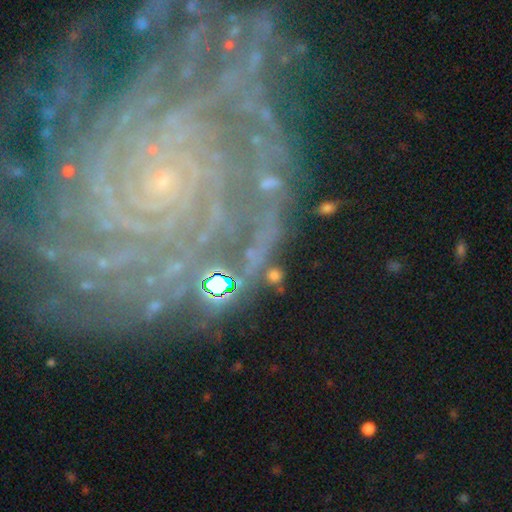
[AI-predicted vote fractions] Smooth or featured? featured or disk (86%)
Edge-on disk? no (97%)
Bar? no (79%)
Spiral arms? yes (98%)
Spiral winding? tight (84%)
Spiral arm count? more than 4 (31%)
Bulge size? small (86%)
Merging? none (73%)